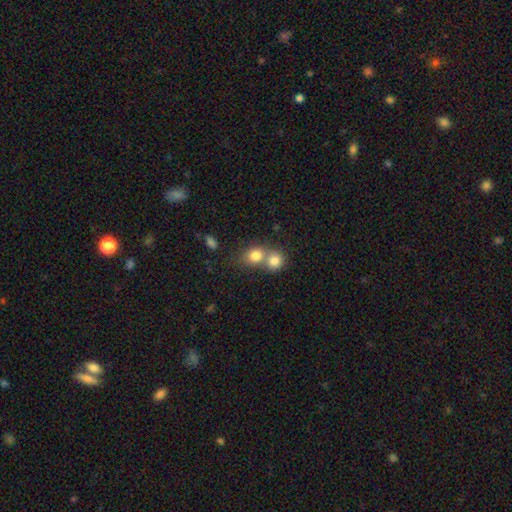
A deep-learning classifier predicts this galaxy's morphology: Overall: smooth (80%). How rounded: round (71%). Merging: merger (58%; none 33%).